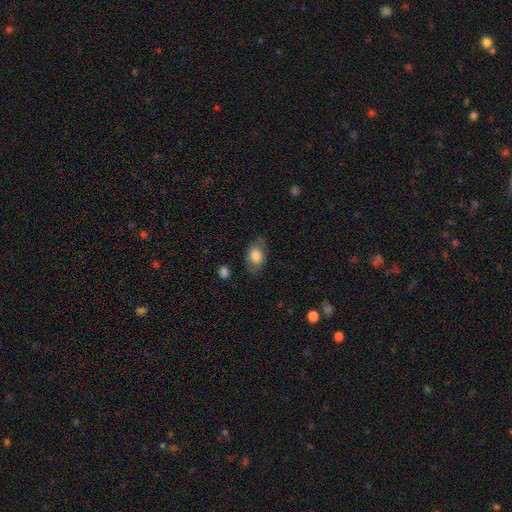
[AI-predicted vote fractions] A smooth galaxy with no disk features (74%) that is in between round and cigar-shaped (85%).

Vote fractions:
- Smooth or featured? smooth: 74% / featured or disk: 19% / star or artifact: 7%
- How rounded? in between: 85% / round: 13% / cigar-shaped: 2%
- Merging? none: 73% / minor disturbance: 18% / major disturbance: 7% / merger: 2%